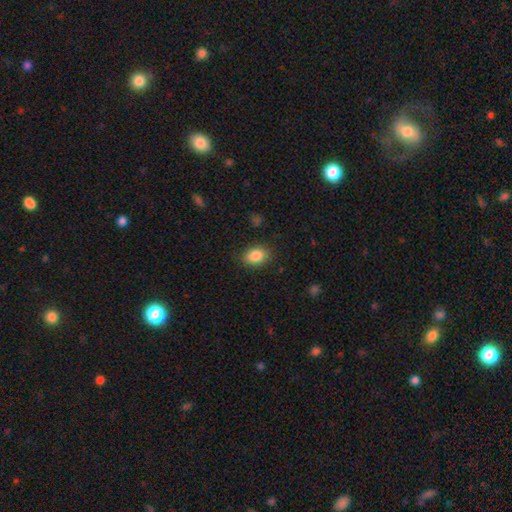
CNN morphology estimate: Smooth or featured: smooth — 86% (star or artifact — 8%)
How rounded: in between — 77% (round — 22%)
Merging: none — 85% (minor disturbance — 11%)